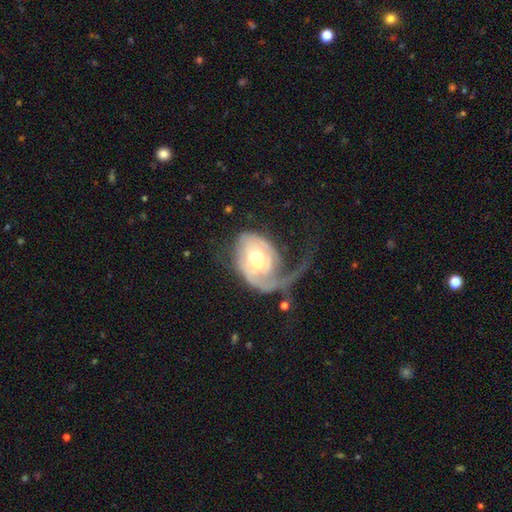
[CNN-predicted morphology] featured or disk 73%, smooth 21%, star or artifact 6%. Down the decision tree: edge-on disk — no (96%); bar — no (68%); spiral arms — yes (75%); spiral arm count — 1 (61%); spiral winding — loose (39%); bulge size — moderate (60%); merging — major disturbance (39%).